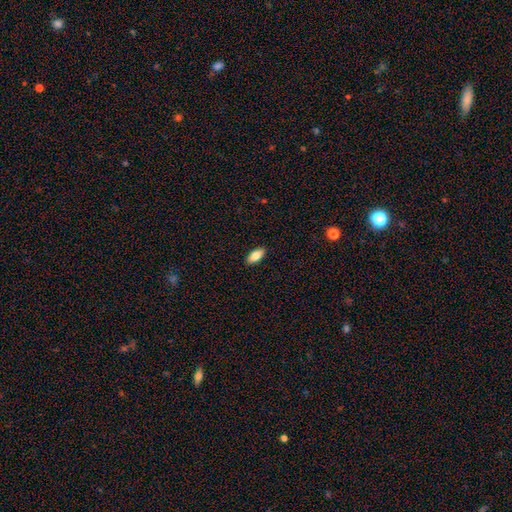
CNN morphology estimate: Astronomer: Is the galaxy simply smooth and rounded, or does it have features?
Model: smooth — 81%.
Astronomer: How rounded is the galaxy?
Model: in between — 88%.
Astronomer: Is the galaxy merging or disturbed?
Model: none — 90%.